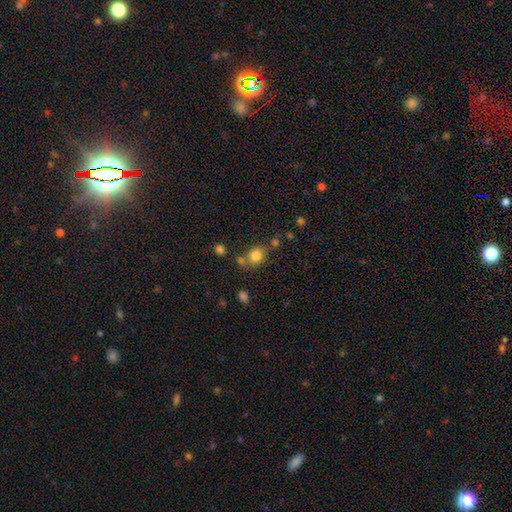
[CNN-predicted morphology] A smooth galaxy with no disk features (82%) that is round (67%). Merging: none (63%).